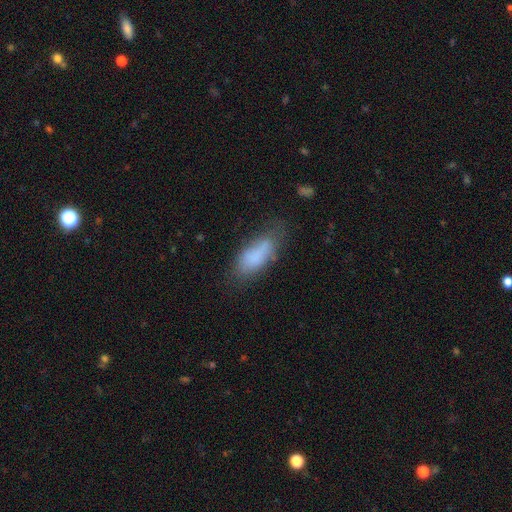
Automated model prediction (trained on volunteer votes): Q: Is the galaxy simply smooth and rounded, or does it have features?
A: smooth — 77%.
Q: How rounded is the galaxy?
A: in between — 77%.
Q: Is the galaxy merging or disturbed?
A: none — 50%.